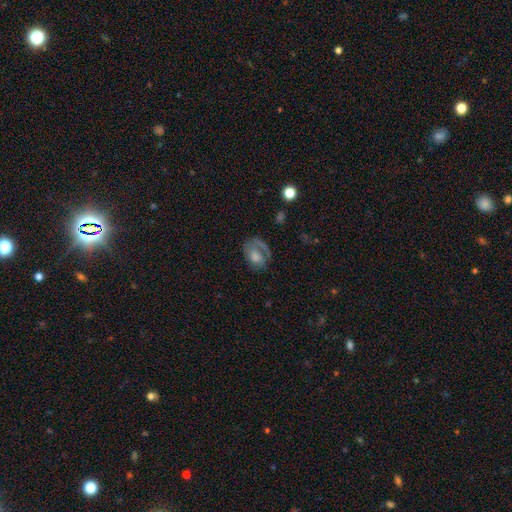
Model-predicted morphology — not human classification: This is possibly a featured or disk galaxy (46%). Merging: possibly none (46%).